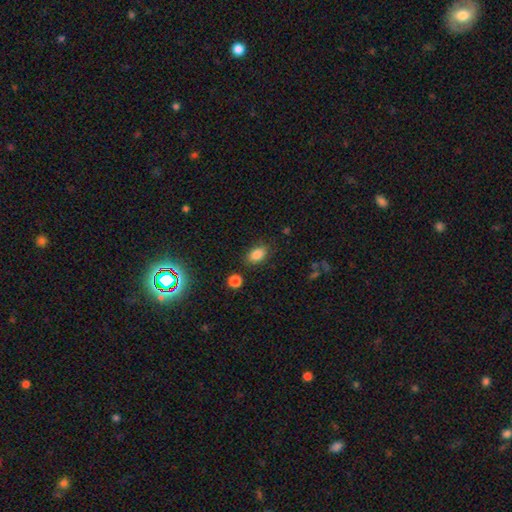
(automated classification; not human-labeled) The model was most divided on "merging": none: 81%, minor disturbance: 12%, major disturbance: 3%, merger: 3%. More confident: how rounded — in between (86%); smooth or featured — smooth (85%).